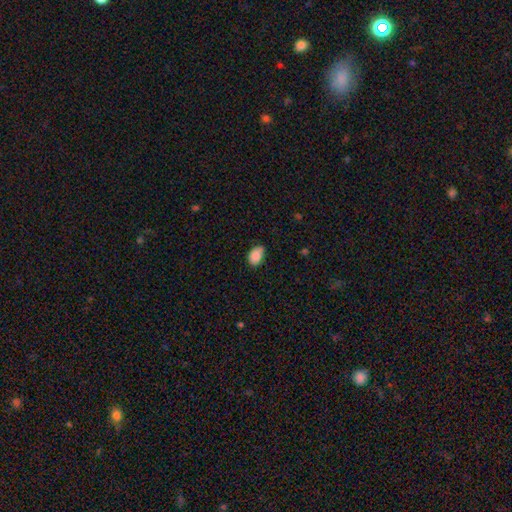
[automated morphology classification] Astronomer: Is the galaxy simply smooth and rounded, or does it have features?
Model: smooth — 86%.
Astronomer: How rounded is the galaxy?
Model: in between — 84%.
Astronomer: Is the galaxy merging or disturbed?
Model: none — 63%.